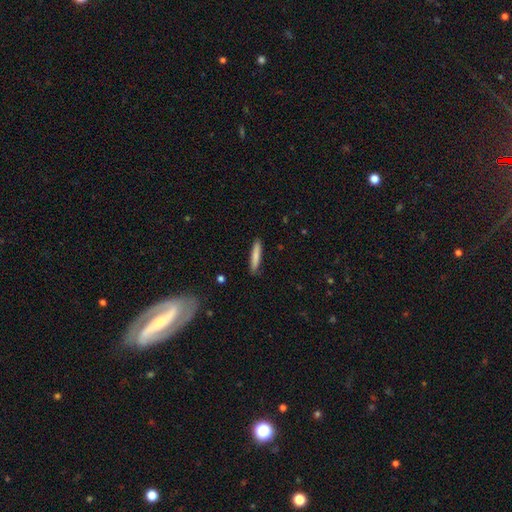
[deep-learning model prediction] smooth 80%, featured or disk 15%, star or artifact 6%. Down the decision tree: how rounded — cigar-shaped (91%); merging — none (88%).